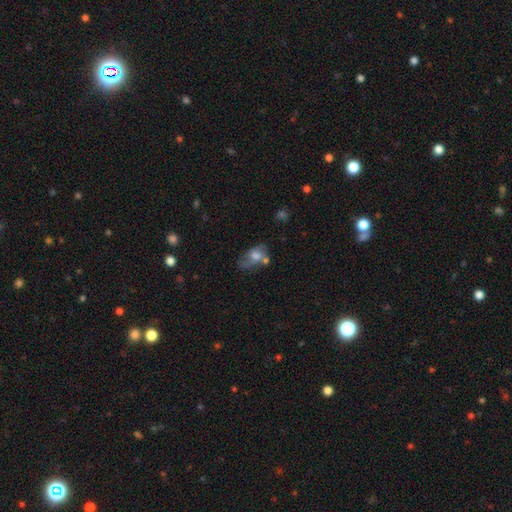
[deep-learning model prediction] The model was most divided on "merging": none: 32%, minor disturbance: 25%, merger: 23%, major disturbance: 20%. More confident: how rounded — in between (84%); smooth or featured — smooth (53%).